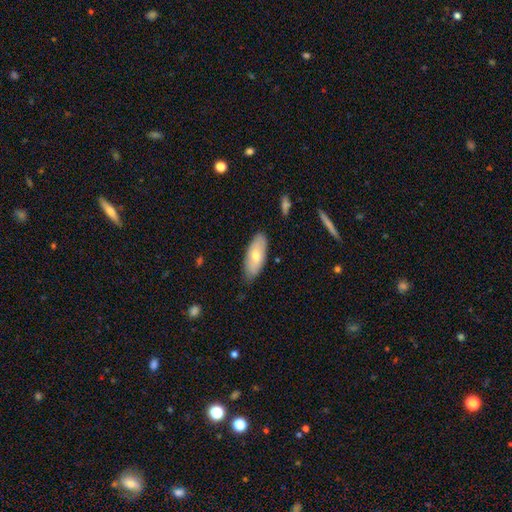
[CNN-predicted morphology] Smooth or featured: smooth — 65% (featured or disk — 29%)
How rounded: in between — 84% (cigar-shaped — 13%)
Merging: none — 79% (minor disturbance — 17%)